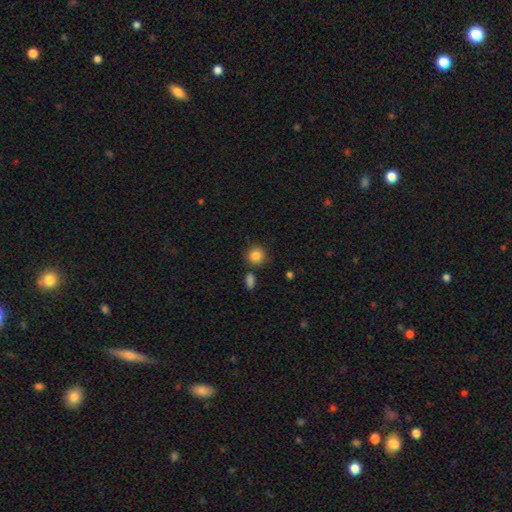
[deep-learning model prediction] Morphology: type=smooth (86%); roundness=round (87%); merging=none (78%).